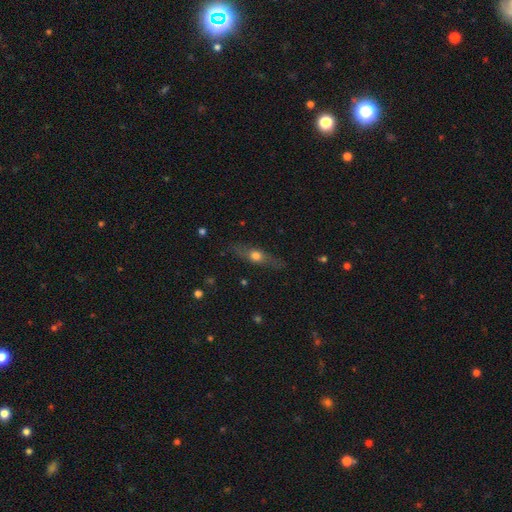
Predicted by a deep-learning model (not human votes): Smooth or featured: smooth — 46% (tied with featured or disk — 46%)
Merging: none — 80% (minor disturbance — 14%)